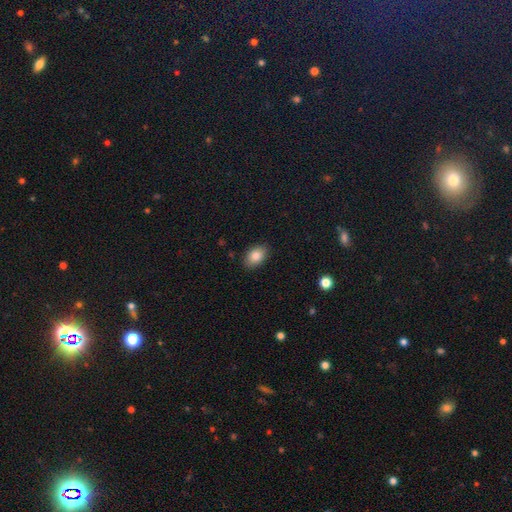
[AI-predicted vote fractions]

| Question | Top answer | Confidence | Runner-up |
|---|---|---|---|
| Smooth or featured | smooth | 84% | star or artifact (8%) |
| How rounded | in between | 84% | round (14%) |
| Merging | none | 88% | minor disturbance (9%) |